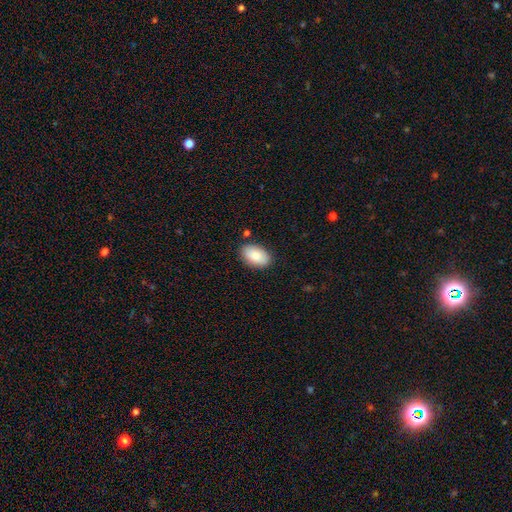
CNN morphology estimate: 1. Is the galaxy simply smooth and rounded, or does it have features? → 87% smooth, 7% featured or disk, 6% star or artifact.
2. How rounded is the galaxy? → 94% in between, 5% round, 1% cigar-shaped.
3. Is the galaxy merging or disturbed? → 85% none, 11% minor disturbance, 2% major disturbance, 2% merger.